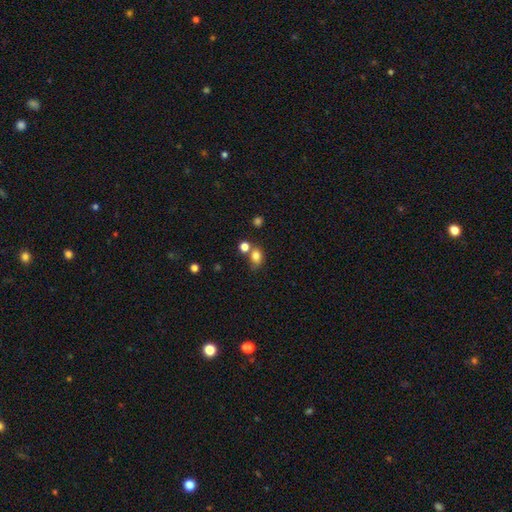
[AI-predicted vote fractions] This appears to be a smooth galaxy with no disk features (80%) that is in between round and cigar-shaped (54%). Merging: none (53%).